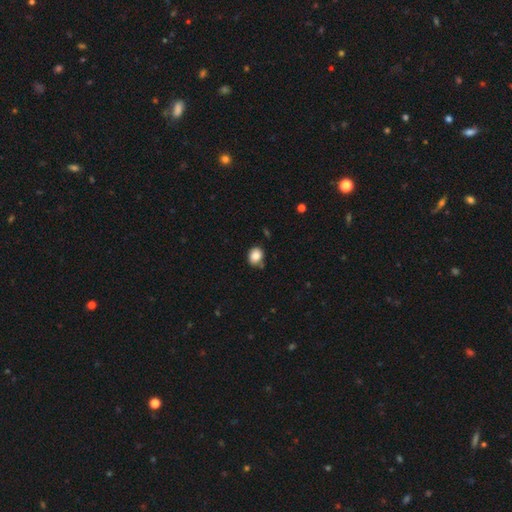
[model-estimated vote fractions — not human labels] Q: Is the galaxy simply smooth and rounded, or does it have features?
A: smooth — 85%.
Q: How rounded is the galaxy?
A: round — 57%.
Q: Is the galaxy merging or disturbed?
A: none — 74%.